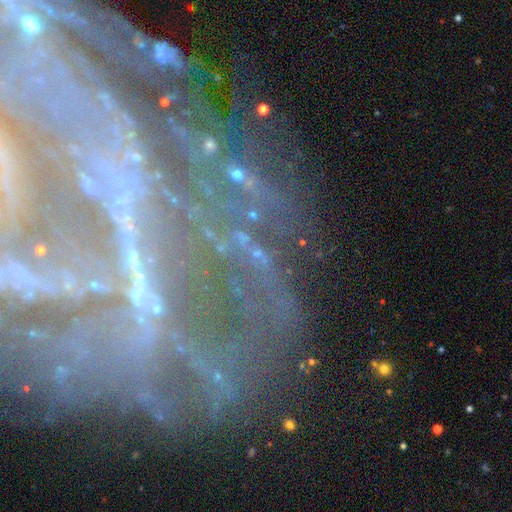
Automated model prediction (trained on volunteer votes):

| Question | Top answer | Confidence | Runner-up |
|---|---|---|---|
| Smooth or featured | featured or disk | 53% | star or artifact (36%) |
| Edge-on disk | no | 87% | yes (13%) |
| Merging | none | 63% | major disturbance (17%) |